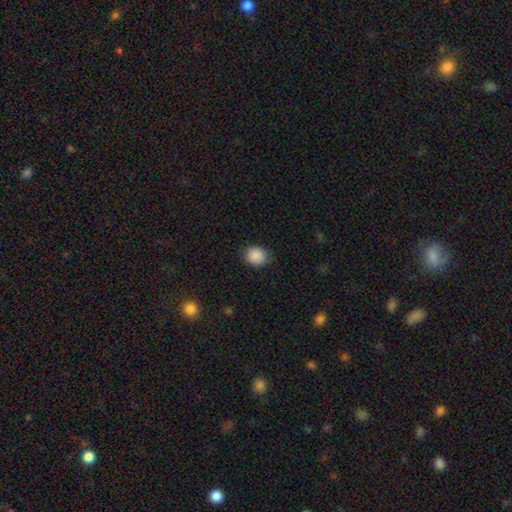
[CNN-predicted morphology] Smooth or featured?
  - smooth: 89% *
  - star or artifact: 8%
  - featured or disk: 3%
How rounded?
  - round: 74% *
  - in between: 26%
  - cigar-shaped: 1%
Merging?
  - none: 86% *
  - minor disturbance: 10%
  - major disturbance: 3%
  - merger: 1%